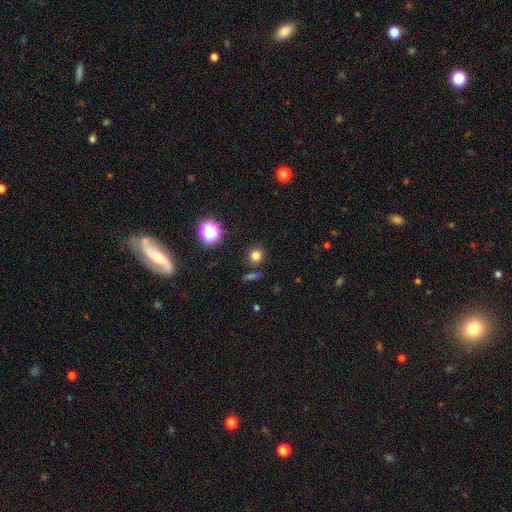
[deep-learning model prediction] Smooth or featured? Predicted: smooth (p=0.77). How rounded? Predicted: round (p=0.91). Merging? Predicted: none (p=0.85).